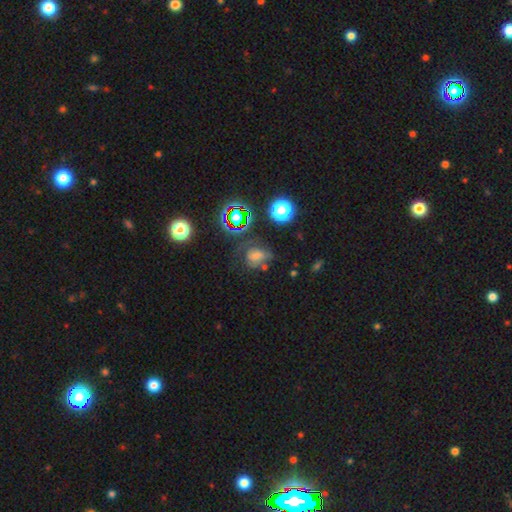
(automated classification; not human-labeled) A smooth galaxy with no disk features (44%).

Vote fractions:
- Smooth or featured? smooth: 44% / star or artifact: 35% / featured or disk: 21%
- Merging? none: 52% / minor disturbance: 24% / major disturbance: 17% / merger: 8%